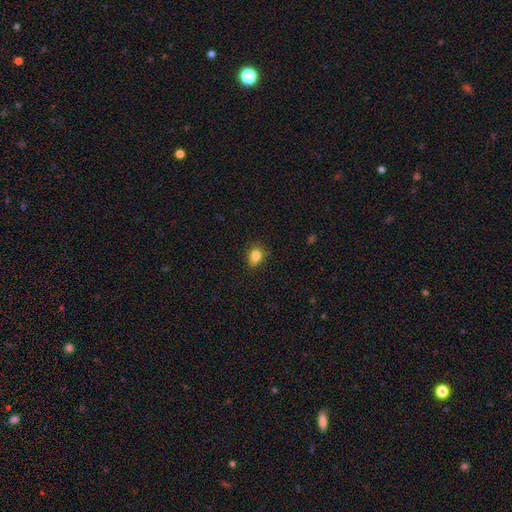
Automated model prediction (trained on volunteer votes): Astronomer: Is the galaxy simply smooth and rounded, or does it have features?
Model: smooth — 84%.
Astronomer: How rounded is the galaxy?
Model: in between — 65%.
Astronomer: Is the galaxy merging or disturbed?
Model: none — 77%.